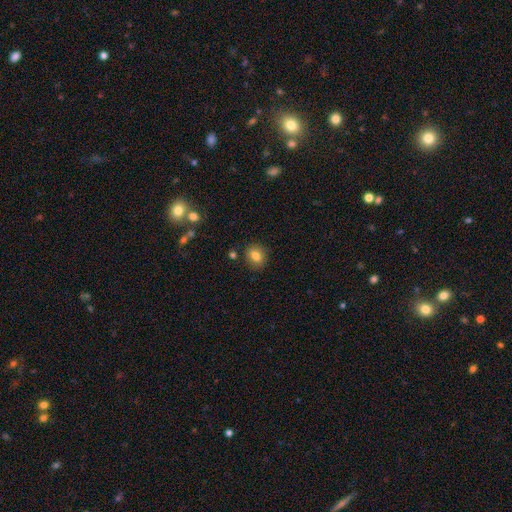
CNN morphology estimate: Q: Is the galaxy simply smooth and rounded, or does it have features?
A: smooth — 81%.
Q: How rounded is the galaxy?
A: round — 54%.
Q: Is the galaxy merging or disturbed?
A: none — 85%.